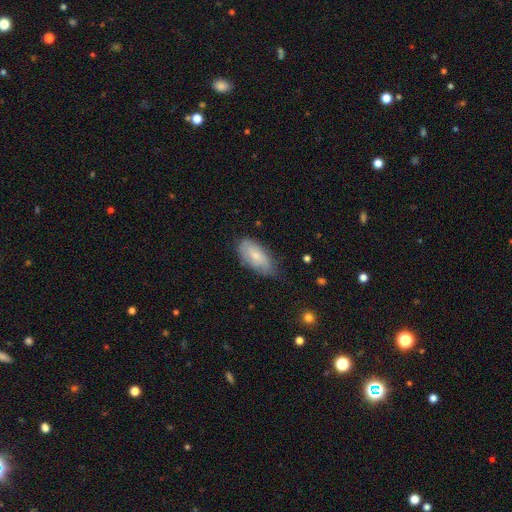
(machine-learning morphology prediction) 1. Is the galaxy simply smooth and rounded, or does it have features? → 64% smooth, 29% featured or disk, 6% star or artifact.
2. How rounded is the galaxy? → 91% in between, 6% cigar-shaped, 3% round.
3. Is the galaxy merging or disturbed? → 56% none, 35% minor disturbance, 7% major disturbance, 2% merger.